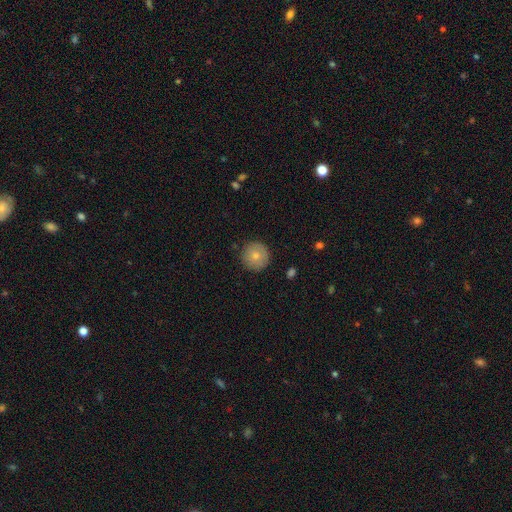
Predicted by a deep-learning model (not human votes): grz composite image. It shows a smooth galaxy with no disk features (78%) that is round (96%). Merging: none (89%).